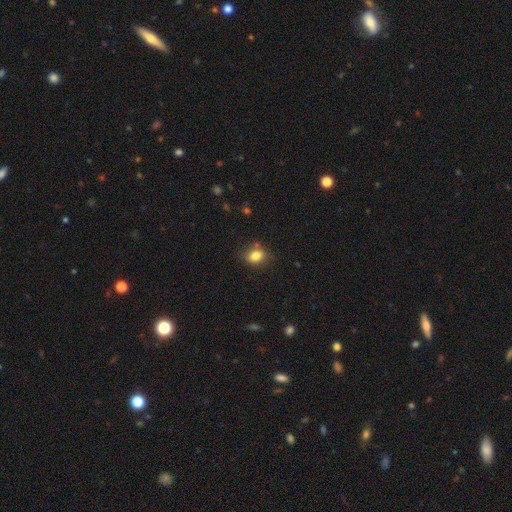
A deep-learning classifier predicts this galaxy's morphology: type=smooth (83%); roundness=in between (52%); merging=none (77%).